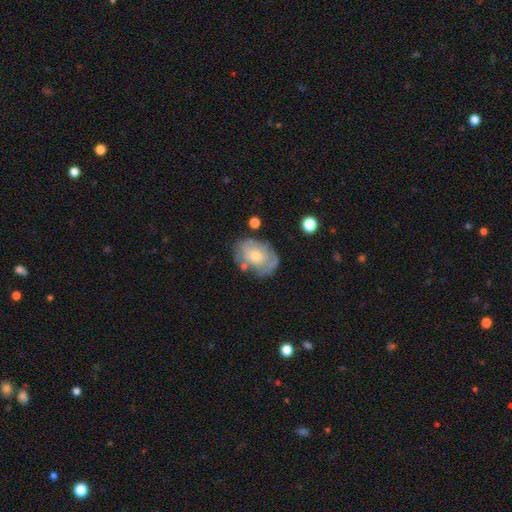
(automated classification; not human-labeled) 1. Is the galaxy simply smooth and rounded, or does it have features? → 56% featured or disk, 37% smooth, 7% star or artifact.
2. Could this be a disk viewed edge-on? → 96% no, 4% yes.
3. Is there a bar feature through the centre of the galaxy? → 81% no, 16% weak, 3% strong.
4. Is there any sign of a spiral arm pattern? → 58% yes, 42% no.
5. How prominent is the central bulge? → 44% moderate, 43% small, 7% large, 4% none, 2% dominant.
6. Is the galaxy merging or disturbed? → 58% none, 25% minor disturbance, 11% major disturbance, 5% merger.